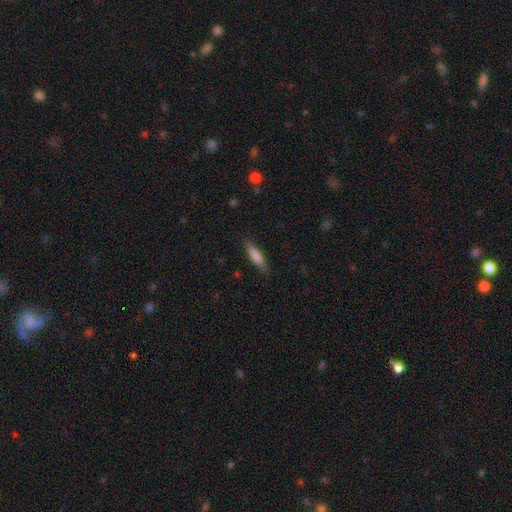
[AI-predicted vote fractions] smooth 76%, featured or disk 18%, star or artifact 6%. Down the decision tree: how rounded — cigar-shaped (70%); merging — none (83%).